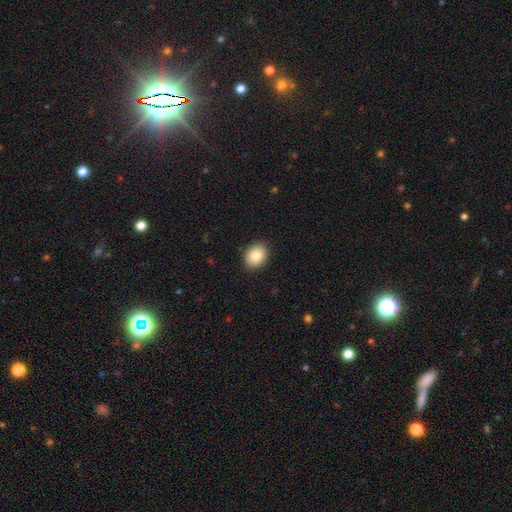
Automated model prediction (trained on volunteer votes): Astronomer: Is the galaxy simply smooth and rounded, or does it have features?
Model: smooth — 85%.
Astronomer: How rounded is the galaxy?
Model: in between — 59% (runner-up: round, 40%).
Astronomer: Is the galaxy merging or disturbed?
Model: none — 89%.